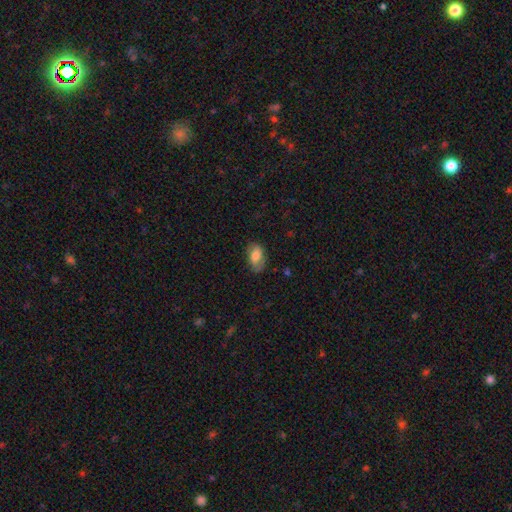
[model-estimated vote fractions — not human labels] Overall: smooth (70%). How rounded: in between (90%). Merging: none (71%).